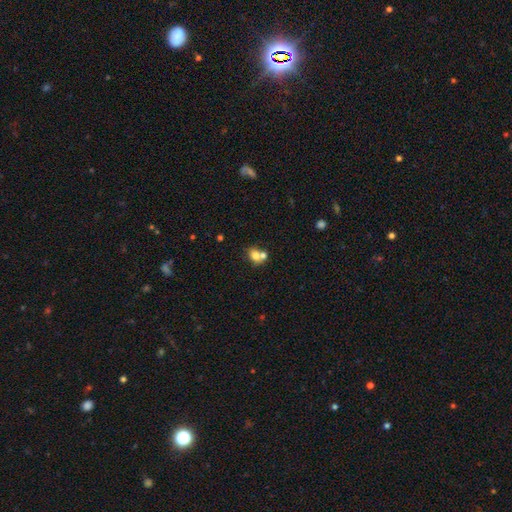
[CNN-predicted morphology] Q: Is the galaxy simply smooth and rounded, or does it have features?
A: smooth — 72%.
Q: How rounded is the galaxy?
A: in between — 51%.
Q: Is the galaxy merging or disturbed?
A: merger — 49%.